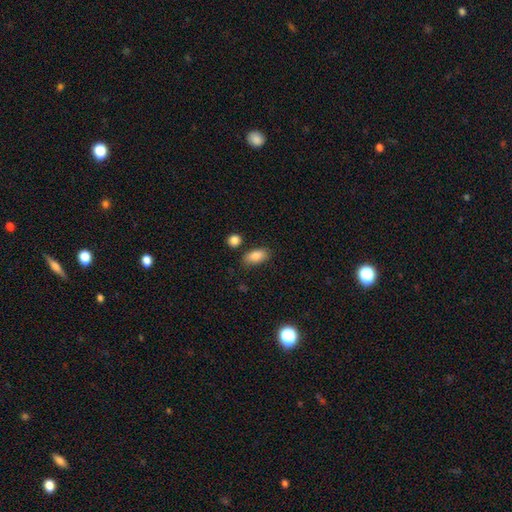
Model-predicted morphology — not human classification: smooth_or_featured: smooth (p=0.86) [alt: star or artifact p=0.08]
how_rounded: in between (p=0.90) [alt: round p=0.05]
merging: none (p=0.77) [alt: minor disturbance p=0.14]